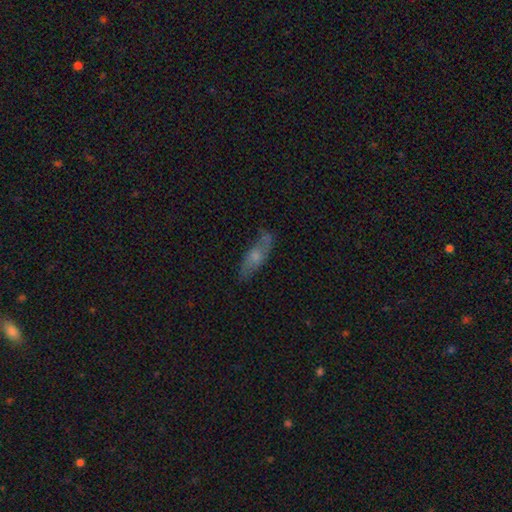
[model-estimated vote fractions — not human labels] smooth-or-featured: featured or disk: 46% | smooth: 45% | star or artifact: 9%
  merging: none: 70% | minor disturbance: 21% | major disturbance: 6% | merger: 3%